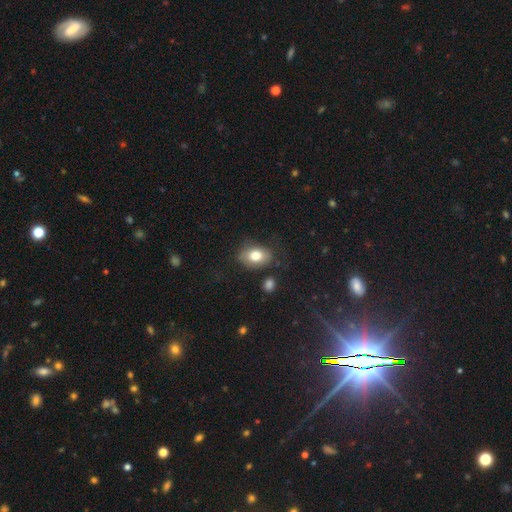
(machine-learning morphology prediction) Q: Smooth or featured?
A: smooth (78%); runner-up: featured or disk (13%)
Q: How rounded?
A: in between (75%); runner-up: round (24%)
Q: Merging?
A: none (70%); runner-up: minor disturbance (19%)